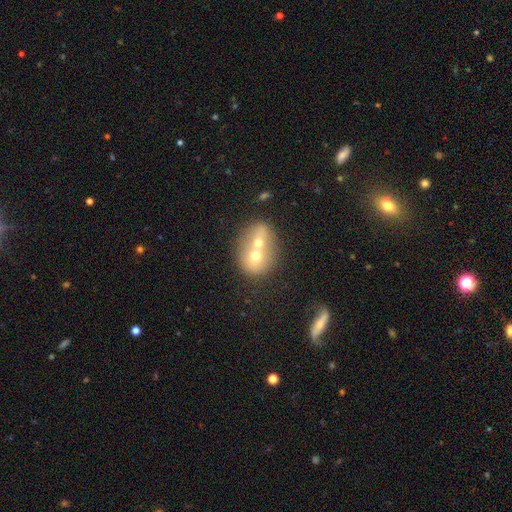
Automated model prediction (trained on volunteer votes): Morphology: type=smooth (53%); roundness=round (61%); merging=merger (70%).